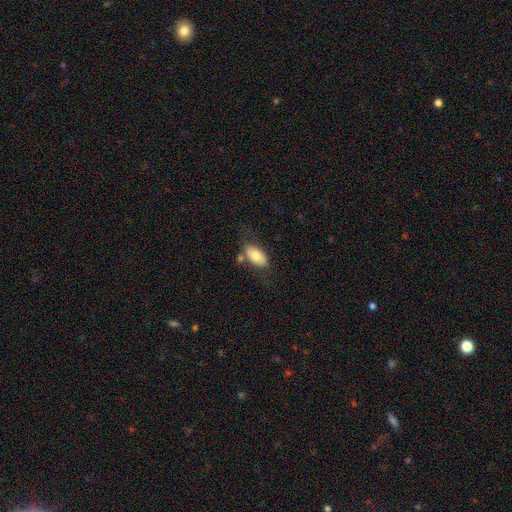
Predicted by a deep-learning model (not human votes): The model was most divided on "merging": none: 67%, minor disturbance: 17%, merger: 11%, major disturbance: 6%. More confident: how rounded — in between (93%); smooth or featured — smooth (75%).